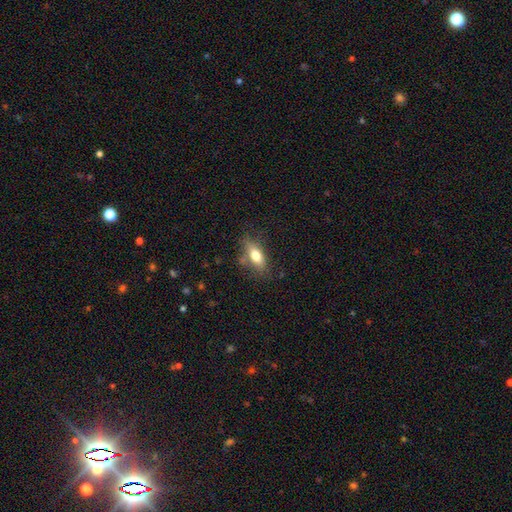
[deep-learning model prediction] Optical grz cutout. It shows a smooth galaxy with no disk features (73%) that is in between round and cigar-shaped (77%). Merging: none (68%).